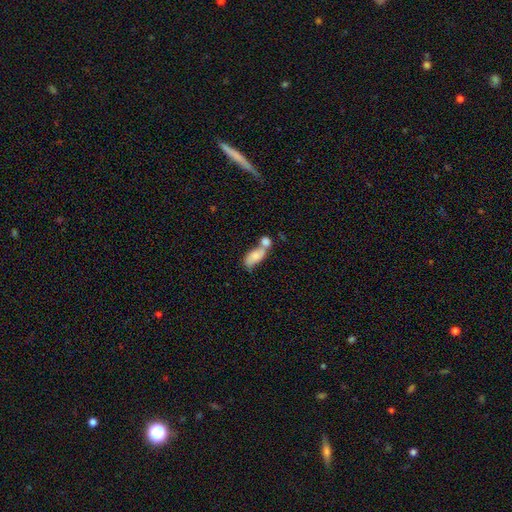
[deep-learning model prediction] Smooth or featured: smooth — 71% (featured or disk — 22%)
How rounded: in between — 84% (cigar-shaped — 11%)
Merging: merger — 62% (none — 22%)